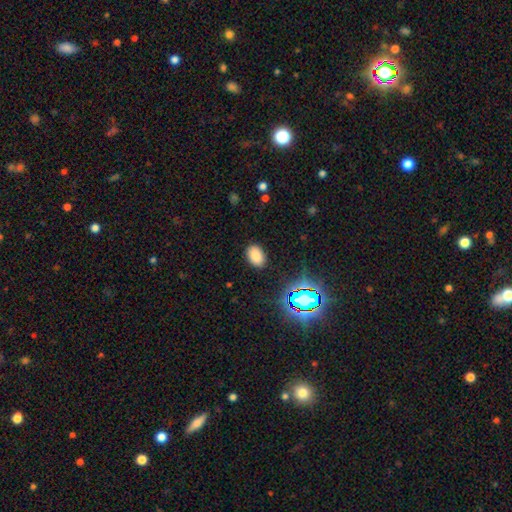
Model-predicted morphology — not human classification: type=smooth (79%); roundness=in between (86%); merging=none (87%).